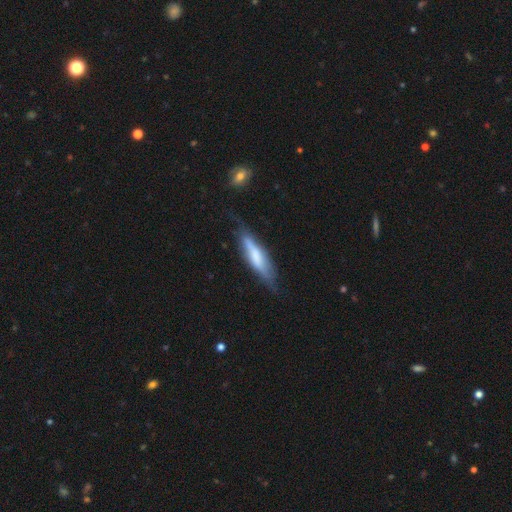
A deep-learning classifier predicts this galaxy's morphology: Smooth or featured: smooth — 54% (featured or disk — 39%)
How rounded: cigar-shaped — 73% (in between — 25%)
Merging: none — 61% (minor disturbance — 27%)